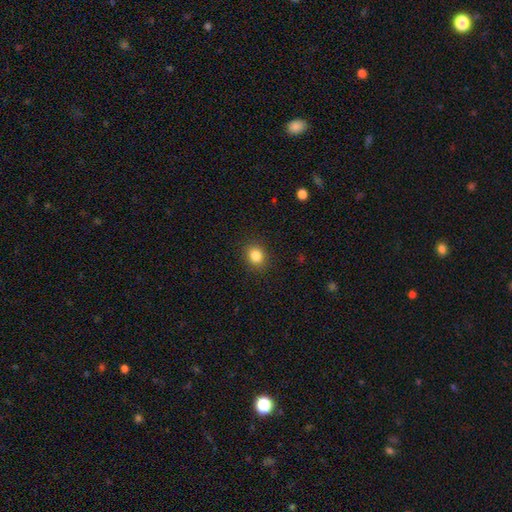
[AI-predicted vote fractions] Smooth or featured? Predicted: smooth (p=0.84). How rounded? Predicted: round (p=0.64). Merging? Predicted: none (p=0.90).